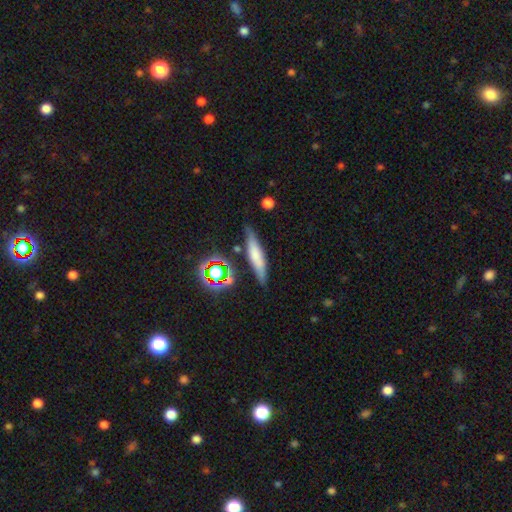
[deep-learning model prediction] Q: Smooth or featured?
A: smooth (58%); runner-up: featured or disk (30%)
Q: How rounded?
A: cigar-shaped (78%); runner-up: in between (19%)
Q: Merging?
A: none (79%); runner-up: minor disturbance (14%)